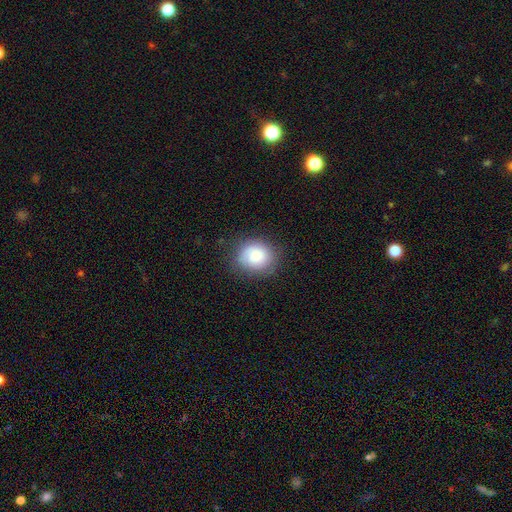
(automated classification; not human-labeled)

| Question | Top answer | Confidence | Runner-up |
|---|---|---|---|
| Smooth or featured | smooth | 81% | featured or disk (10%) |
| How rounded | round | 73% | in between (26%) |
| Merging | none | 80% | minor disturbance (15%) |